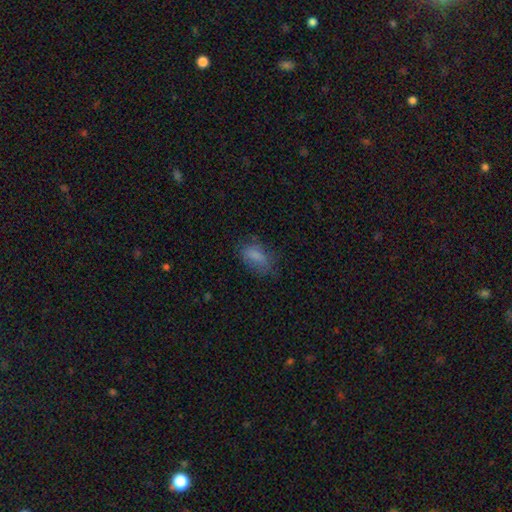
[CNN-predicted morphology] smooth 78%, featured or disk 12%, star or artifact 10%. Down the decision tree: how rounded — in between (88%); merging — none (63%).